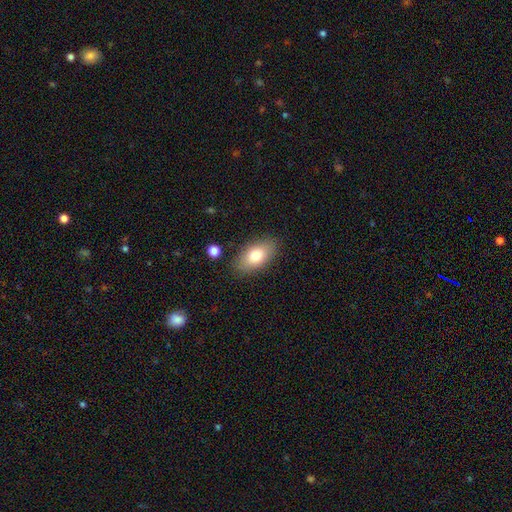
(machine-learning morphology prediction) The model was most divided on "smooth or featured": smooth: 76%, featured or disk: 16%, star or artifact: 7%. More confident: how rounded — in between (91%); merging — none (84%).